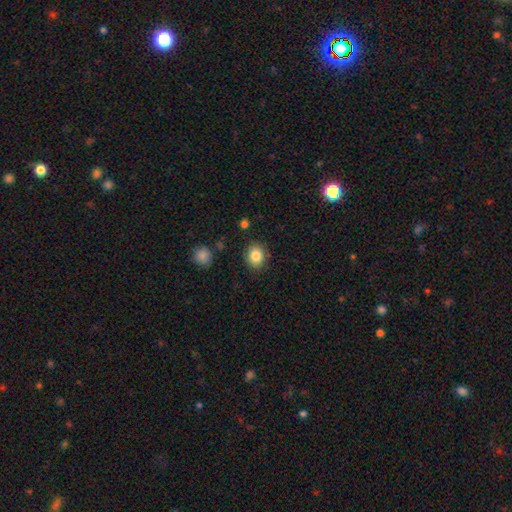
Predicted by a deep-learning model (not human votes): Smooth or featured: smooth — 84% (star or artifact — 9%)
How rounded: round — 63% (in between — 36%)
Merging: none — 87% (minor disturbance — 9%)